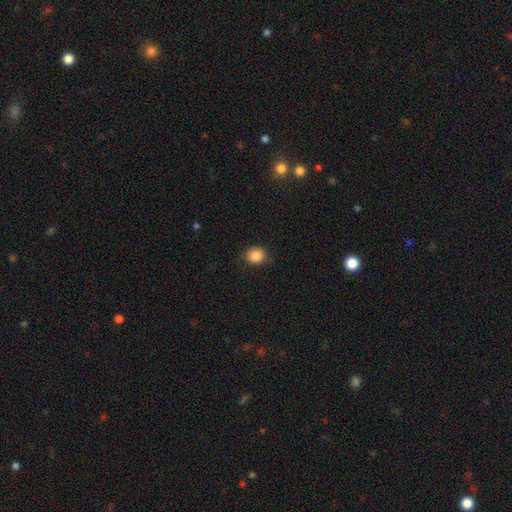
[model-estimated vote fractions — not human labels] Q: Smooth or featured?
A: smooth (86%); runner-up: star or artifact (10%)
Q: How rounded?
A: round (79%); runner-up: in between (20%)
Q: Merging?
A: none (86%); runner-up: minor disturbance (11%)